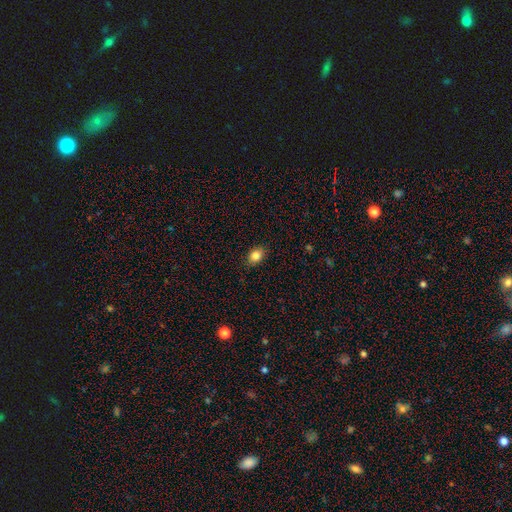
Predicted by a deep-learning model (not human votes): A smooth galaxy with no disk features (85%) that is in between round and cigar-shaped (74%). Merging: none (87%).